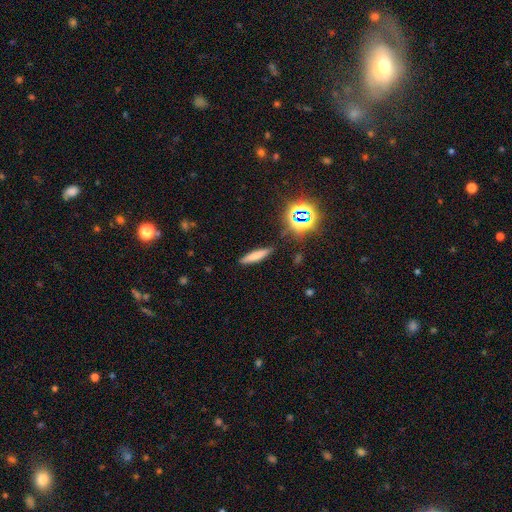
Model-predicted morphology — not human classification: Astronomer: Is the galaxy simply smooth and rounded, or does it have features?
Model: smooth — 70%.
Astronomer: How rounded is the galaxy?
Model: cigar-shaped — 84%.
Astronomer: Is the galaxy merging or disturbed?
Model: none — 86%.